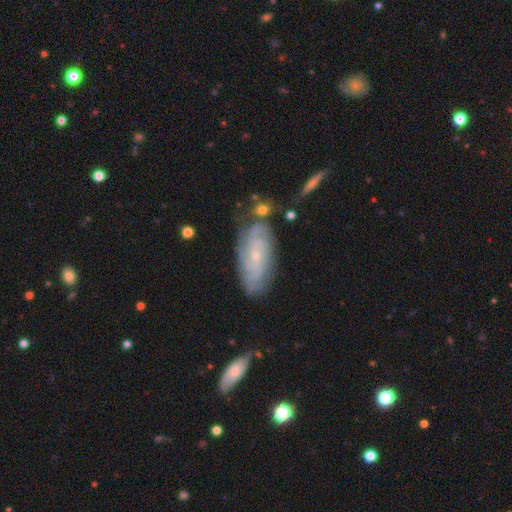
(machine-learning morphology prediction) Smooth or featured: featured or disk — 77% (smooth — 16%)
Edge-on disk: no — 92% (yes — 8%)
Bar: no — 73% (weak — 22%)
Spiral arms: yes — 92% (no — 8%)
Spiral winding: tight — 66% (medium — 27%)
Spiral arm count: can't tell — 41% (2 — 22%)
Bulge size: small — 79% (moderate — 18%)
Merging: none — 69% (minor disturbance — 19%)